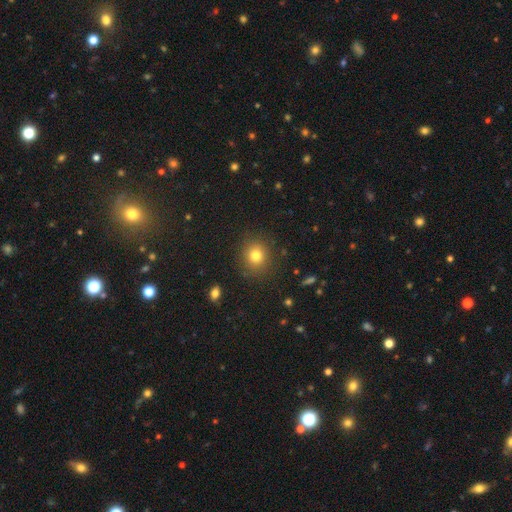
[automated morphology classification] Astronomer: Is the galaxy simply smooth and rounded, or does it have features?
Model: smooth — 79%.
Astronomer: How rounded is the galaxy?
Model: round — 81%.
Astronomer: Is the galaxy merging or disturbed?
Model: none — 88%.